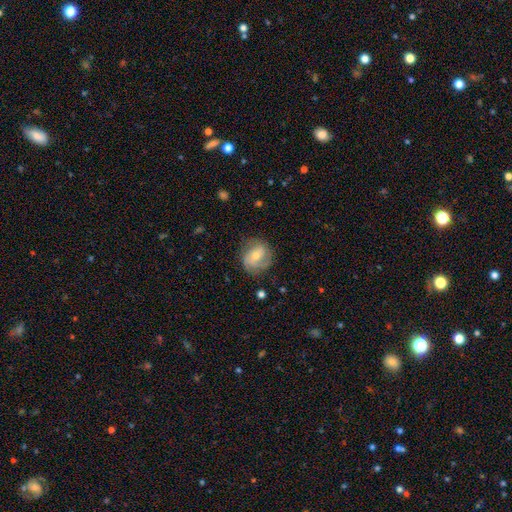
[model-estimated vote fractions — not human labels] This appears to be a featured or disk galaxy (58%) with no bar (55%), spiral arms (84%) and a moderate central bulge (52%). Merging: none (71%).